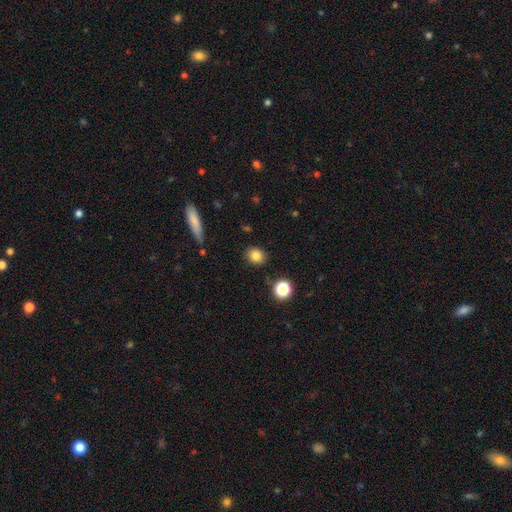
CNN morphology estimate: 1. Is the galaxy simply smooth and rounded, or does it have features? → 83% smooth, 11% star or artifact, 6% featured or disk.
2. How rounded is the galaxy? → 72% round, 27% in between, 2% cigar-shaped.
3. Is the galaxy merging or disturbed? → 87% none, 8% minor disturbance, 2% major disturbance, 2% merger.